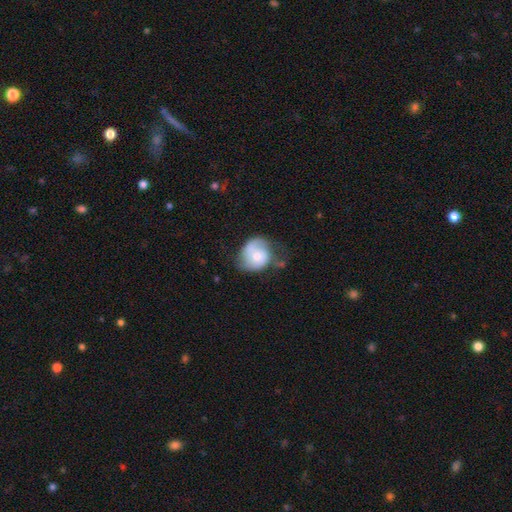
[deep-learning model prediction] This appears to be a featured or disk galaxy (52%) with no bar (75%), spiral arms (79%) and a moderate central bulge (55%). Merging: none (43%).